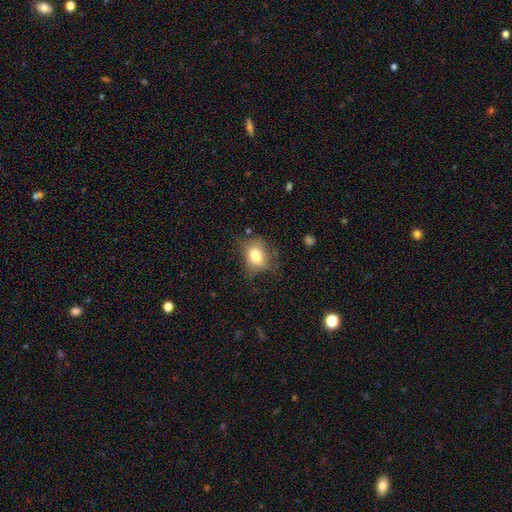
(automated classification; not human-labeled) Smooth or featured? Predicted: smooth (p=0.76). How rounded? Predicted: in between (p=0.59). Merging? Predicted: none (p=0.59).